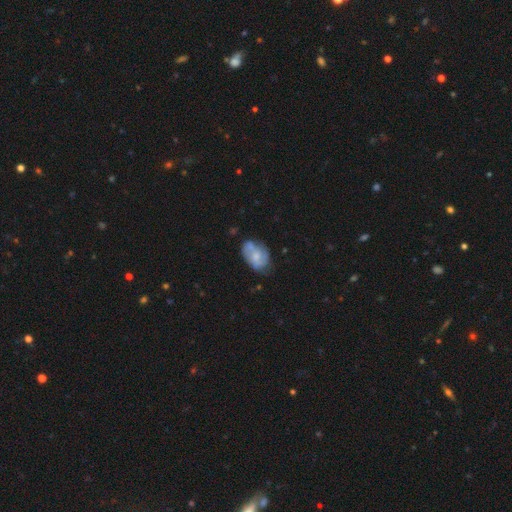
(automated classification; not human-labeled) A featured or disk galaxy (49%). Merging: none (49%).